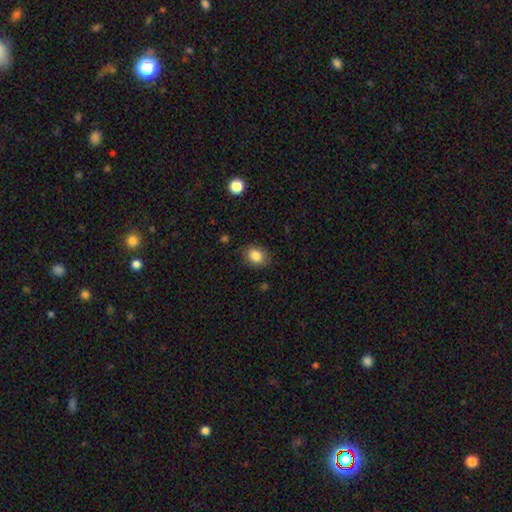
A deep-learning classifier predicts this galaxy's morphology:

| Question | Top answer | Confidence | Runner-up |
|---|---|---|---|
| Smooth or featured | smooth | 85% | star or artifact (9%) |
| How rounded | in between | 54% | round (45%) |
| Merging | none | 84% | minor disturbance (11%) |